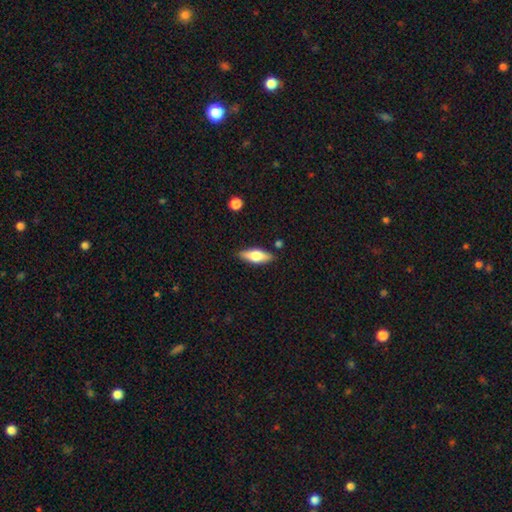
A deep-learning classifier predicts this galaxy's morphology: This appears to be a smooth galaxy with no disk features (61%) that is in between round and cigar-shaped (67%). Merging: none (85%).